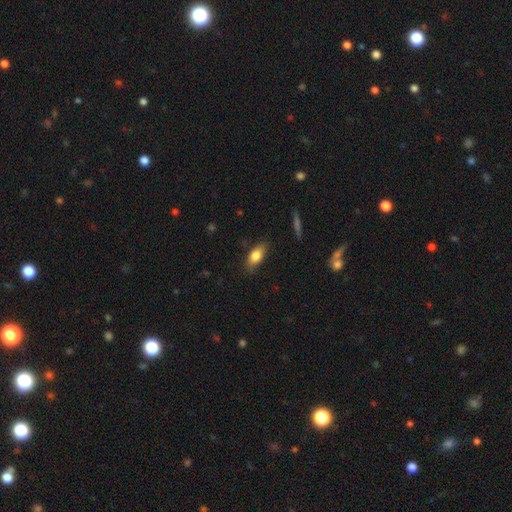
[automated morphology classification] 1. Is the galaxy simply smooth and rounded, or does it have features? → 80% smooth, 12% featured or disk, 7% star or artifact.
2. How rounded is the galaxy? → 82% in between, 13% cigar-shaped, 5% round.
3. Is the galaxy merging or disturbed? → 79% none, 16% minor disturbance, 3% major disturbance, 1% merger.